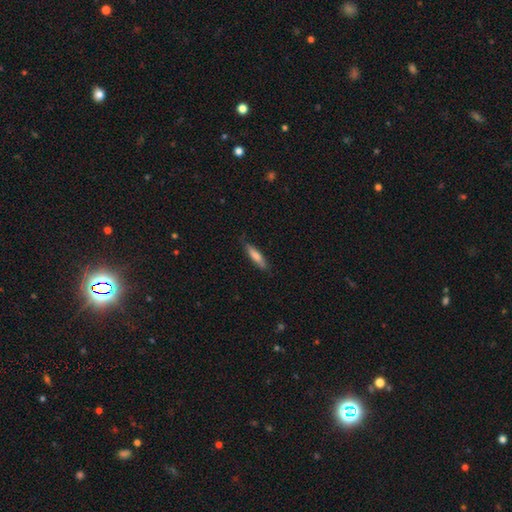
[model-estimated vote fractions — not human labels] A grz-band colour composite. It shows a smooth galaxy with no disk features (67%) that is cigar-shaped (79%). Merging: none (80%).